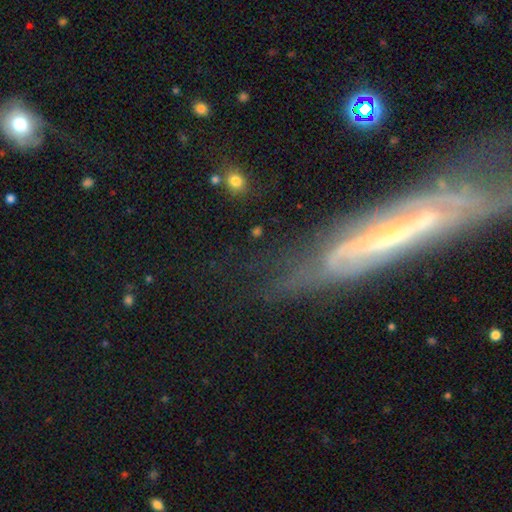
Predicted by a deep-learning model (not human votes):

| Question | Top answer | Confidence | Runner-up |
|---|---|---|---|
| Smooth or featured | featured or disk | 68% | smooth (21%) |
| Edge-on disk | no | 51% | yes (49%) |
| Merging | none | 57% | minor disturbance (23%) |